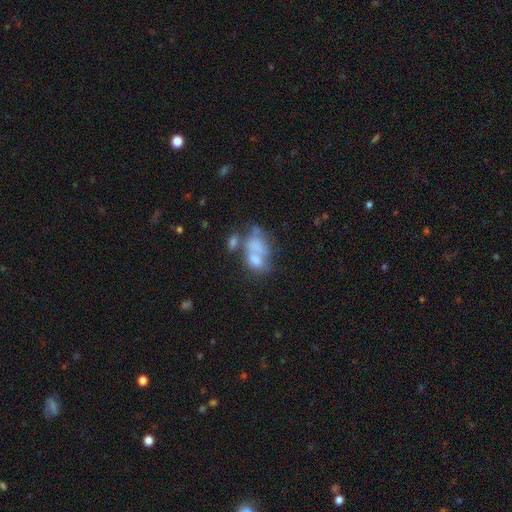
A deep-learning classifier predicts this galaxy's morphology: Smooth or featured? smooth (53%)
How rounded? in between (81%)
Merging? merger (53%)